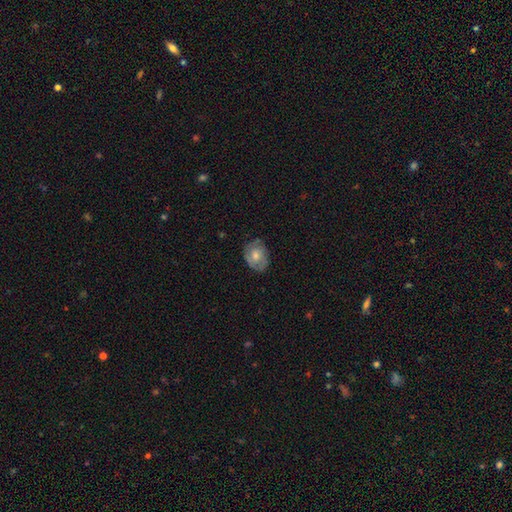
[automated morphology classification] This is possibly a featured or disk galaxy (48%). Merging: likely none (71%).